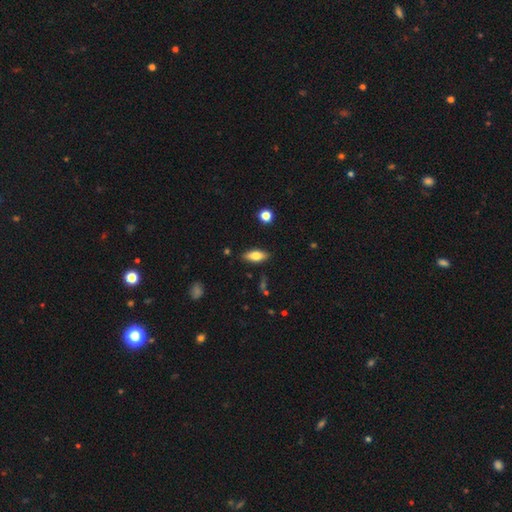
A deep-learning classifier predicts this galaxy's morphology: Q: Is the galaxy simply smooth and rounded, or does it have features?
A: smooth — 72%.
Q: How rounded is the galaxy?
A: in between — 79%.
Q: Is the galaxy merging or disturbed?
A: none — 85%.